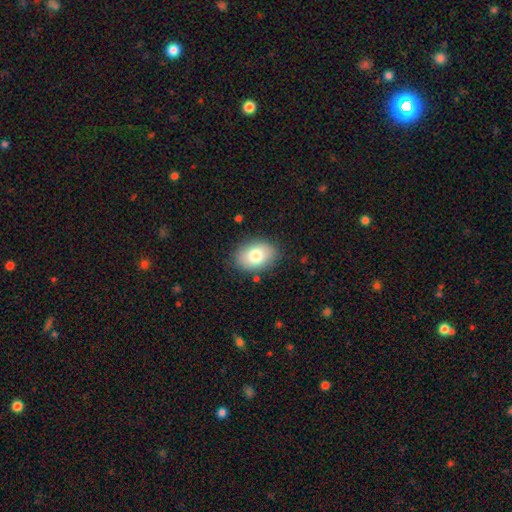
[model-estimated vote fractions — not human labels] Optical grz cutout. It shows a smooth galaxy with no disk features (78%) that is in between round and cigar-shaped (79%). Merging: none (83%).